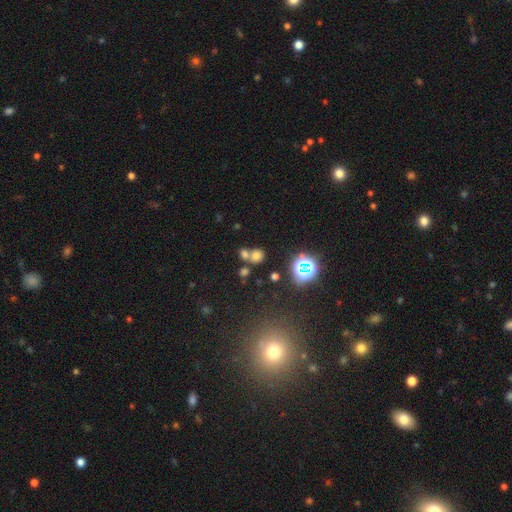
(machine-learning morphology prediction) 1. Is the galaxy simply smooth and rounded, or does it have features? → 61% smooth, 29% star or artifact, 10% featured or disk.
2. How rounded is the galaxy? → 77% round, 22% in between, 1% cigar-shaped.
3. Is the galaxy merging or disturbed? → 47% merger, 43% none, 6% minor disturbance, 4% major disturbance.